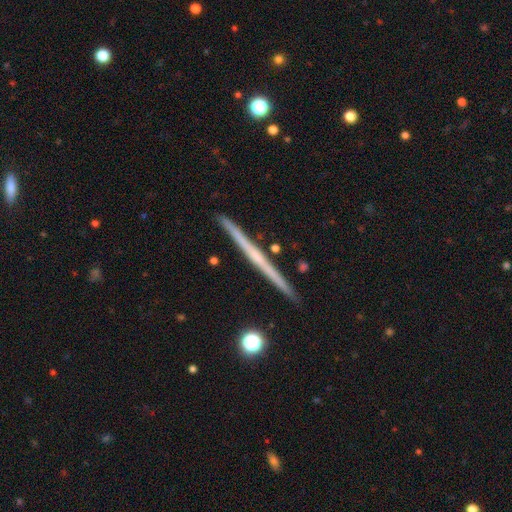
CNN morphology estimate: smooth_or_featured: featured or disk (p=0.69) [alt: smooth p=0.26]
disk_edge_on: yes (p=0.98) [alt: no p=0.02]
edge_on_bulge: none (p=0.75) [alt: rounded p=0.21]
merging: none (p=0.91) [alt: minor disturbance p=0.06]